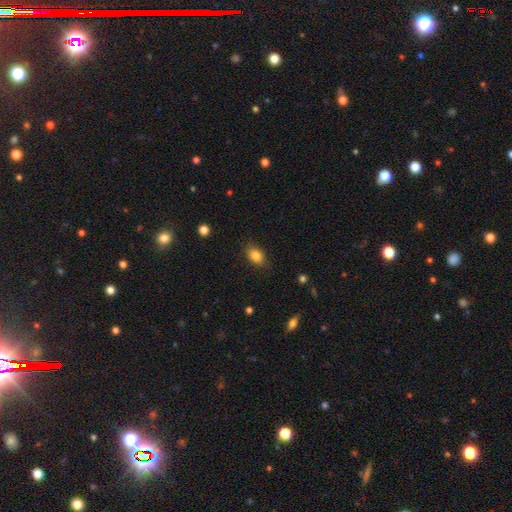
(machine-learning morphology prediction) This appears to be a smooth galaxy with no disk features (84%) that is in between round and cigar-shaped (79%). Merging: none (83%).